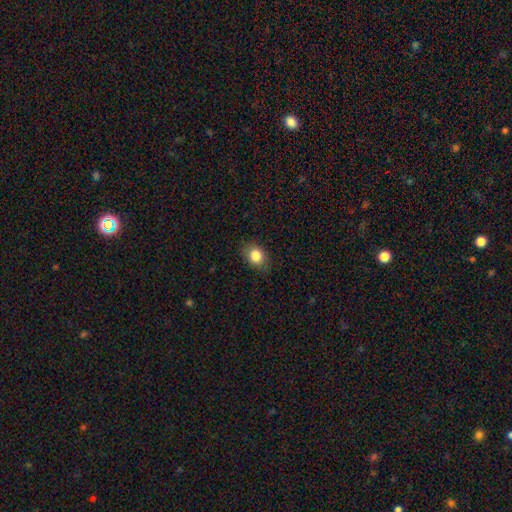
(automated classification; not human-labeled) smooth_or_featured: smooth (p=0.83) [alt: star or artifact p=0.09]
how_rounded: in between (p=0.56) [alt: round p=0.43]
merging: none (p=0.83) [alt: minor disturbance p=0.13]